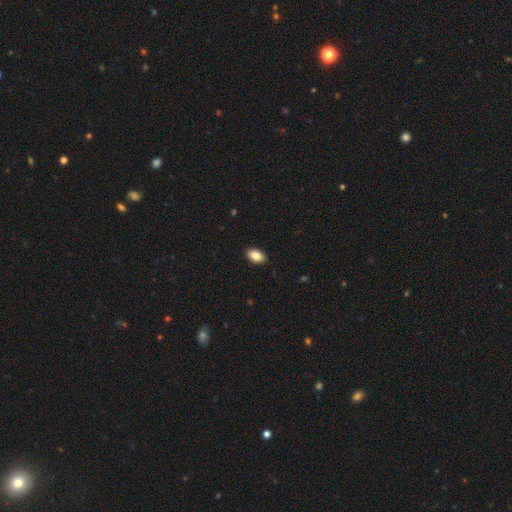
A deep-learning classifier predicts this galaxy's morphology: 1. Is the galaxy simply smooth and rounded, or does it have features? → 86% smooth, 8% star or artifact, 6% featured or disk.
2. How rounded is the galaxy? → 90% in between, 9% round, 1% cigar-shaped.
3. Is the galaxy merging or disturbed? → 90% none, 7% minor disturbance, 2% major disturbance, 1% merger.